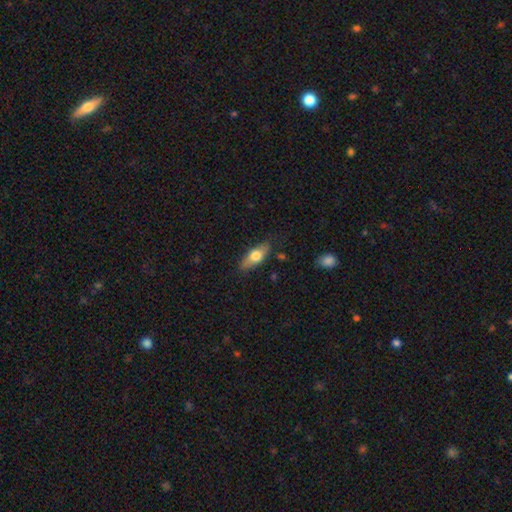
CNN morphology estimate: A smooth galaxy with no disk features (66%) that is in between round and cigar-shaped (74%).

Vote fractions:
- Smooth or featured? smooth: 66% / featured or disk: 28% / star or artifact: 6%
- How rounded? in between: 74% / cigar-shaped: 22% / round: 4%
- Merging? none: 81% / minor disturbance: 15% / major disturbance: 3% / merger: 2%